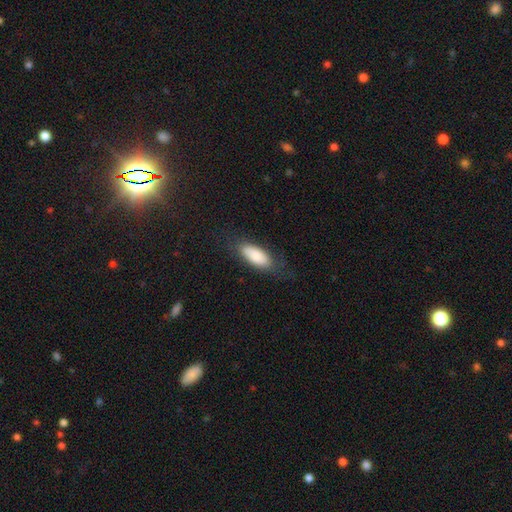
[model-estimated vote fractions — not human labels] Smooth or featured?
  - smooth: 83% *
  - featured or disk: 11%
  - star or artifact: 6%
How rounded?
  - in between: 80% *
  - cigar-shaped: 18%
  - round: 2%
Merging?
  - none: 73% *
  - minor disturbance: 19%
  - major disturbance: 7%
  - merger: 1%